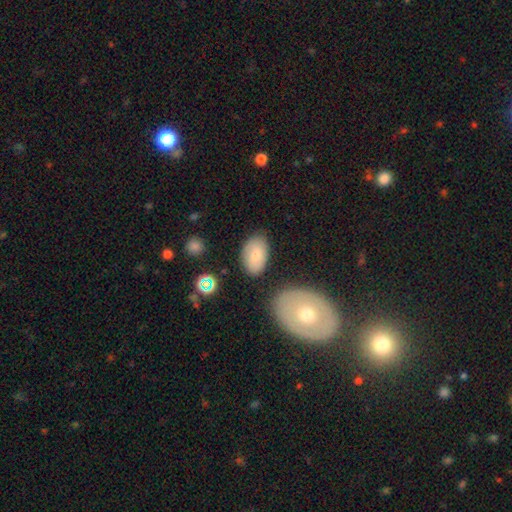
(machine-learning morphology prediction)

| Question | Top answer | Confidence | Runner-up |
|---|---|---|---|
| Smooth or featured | smooth | 77% | featured or disk (16%) |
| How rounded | in between | 91% | round (7%) |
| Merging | none | 77% | minor disturbance (15%) |